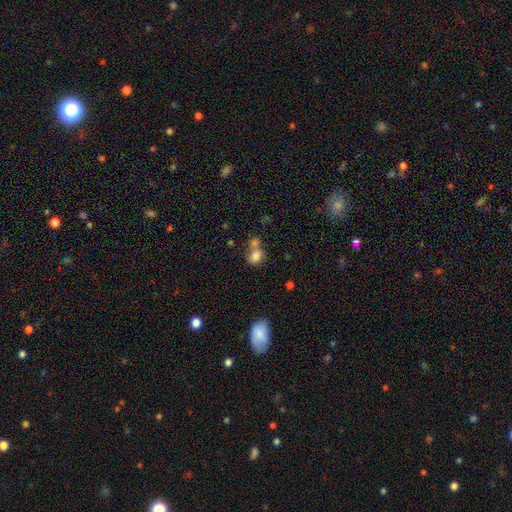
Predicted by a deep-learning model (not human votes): Smooth or featured? Predicted: smooth (p=0.78). How rounded? Predicted: in between (p=0.69). Merging? Predicted: merger (p=0.49).